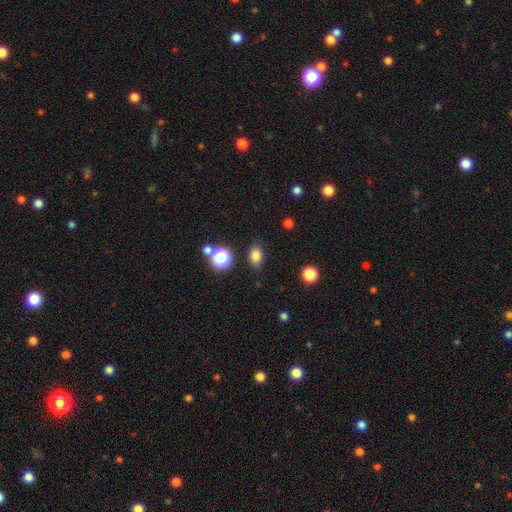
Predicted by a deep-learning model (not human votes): Smooth or featured: smooth — 81% (star or artifact — 13%)
How rounded: in between — 76% (round — 22%)
Merging: none — 83% (minor disturbance — 11%)